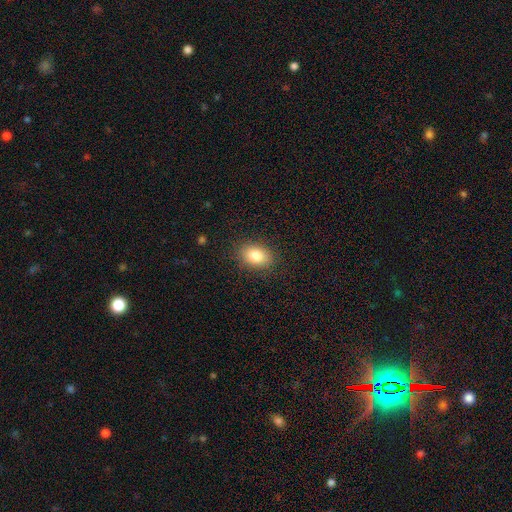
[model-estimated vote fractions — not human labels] smooth_or_featured: smooth (p=0.83) [alt: star or artifact p=0.09]
how_rounded: in between (p=0.75) [alt: round p=0.24]
merging: none (p=0.87) [alt: minor disturbance p=0.09]